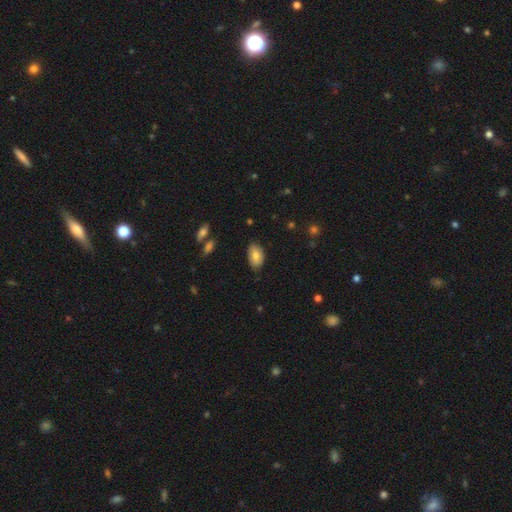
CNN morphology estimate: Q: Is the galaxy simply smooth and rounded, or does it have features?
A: smooth — 78%.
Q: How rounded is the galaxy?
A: in between — 92%.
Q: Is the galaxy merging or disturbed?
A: none — 80%.